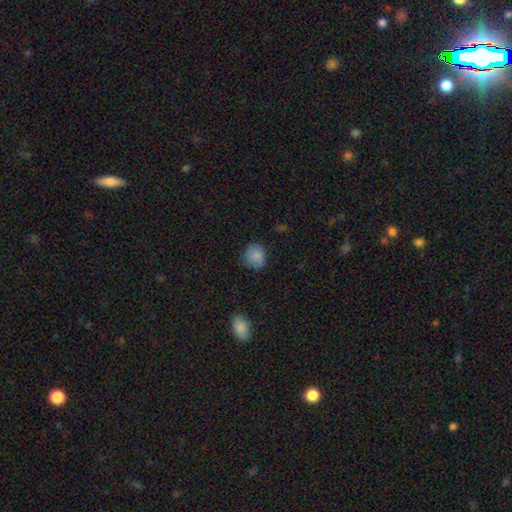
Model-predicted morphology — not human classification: type=smooth (85%); roundness=round (82%); merging=none (76%).